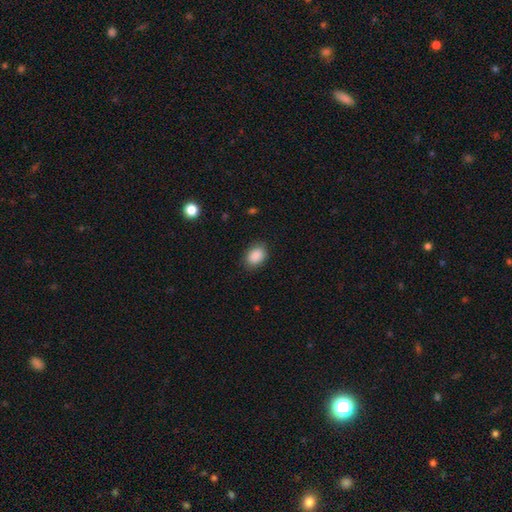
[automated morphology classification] Smooth or featured?
  - smooth: 89% *
  - star or artifact: 7%
  - featured or disk: 4%
How rounded?
  - in between: 77% *
  - round: 22%
  - cigar-shaped: 1%
Merging?
  - none: 84% *
  - minor disturbance: 12%
  - major disturbance: 3%
  - merger: 1%